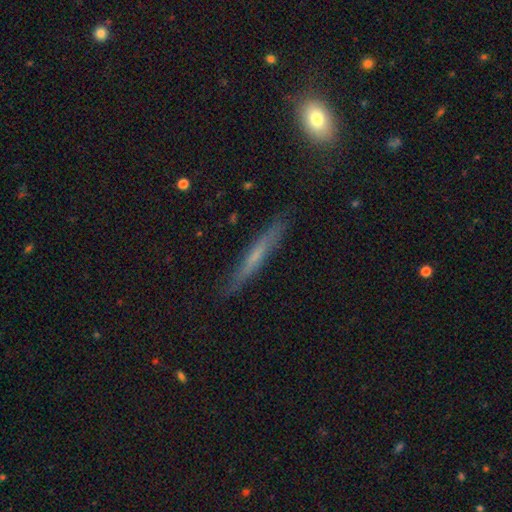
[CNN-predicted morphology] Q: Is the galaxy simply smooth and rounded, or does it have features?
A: featured or disk — 50%.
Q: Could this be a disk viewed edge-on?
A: yes — 91%.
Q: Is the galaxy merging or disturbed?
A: none — 85%.